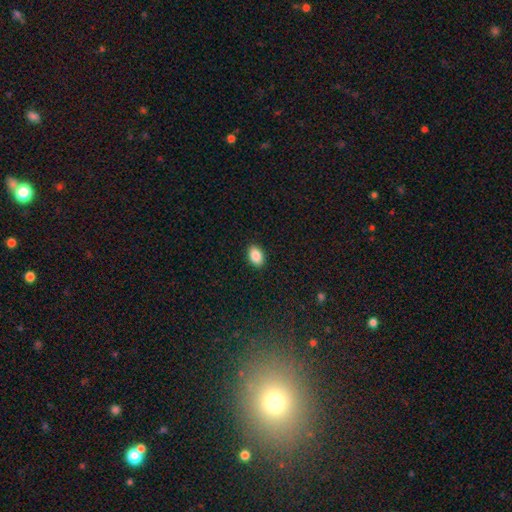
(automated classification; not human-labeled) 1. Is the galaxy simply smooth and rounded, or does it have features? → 88% smooth, 8% star or artifact, 5% featured or disk.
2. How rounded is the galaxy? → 86% in between, 12% round, 1% cigar-shaped.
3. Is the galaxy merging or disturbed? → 90% none, 7% minor disturbance, 2% major disturbance, 1% merger.